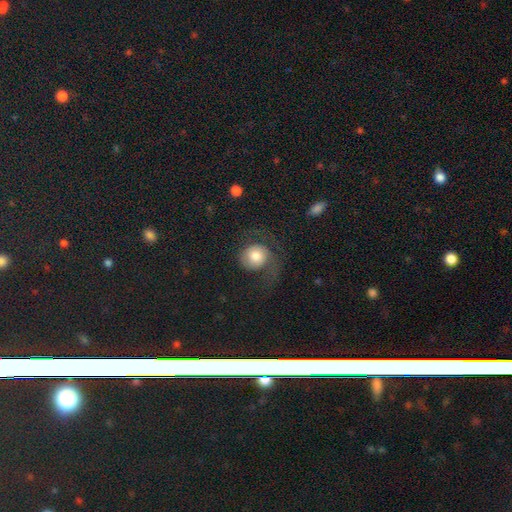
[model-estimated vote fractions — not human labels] Overall: smooth (56%; featured or disk 35%). How rounded: round (85%). Merging: none (48%; major disturbance 33%).